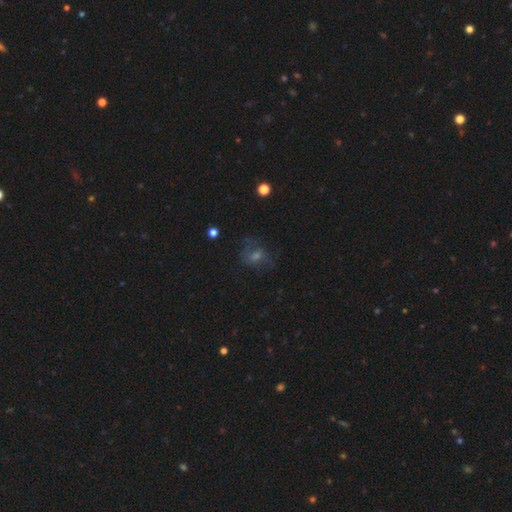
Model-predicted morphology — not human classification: This is marginally a smooth galaxy (40%). Merging: possibly none (59%).